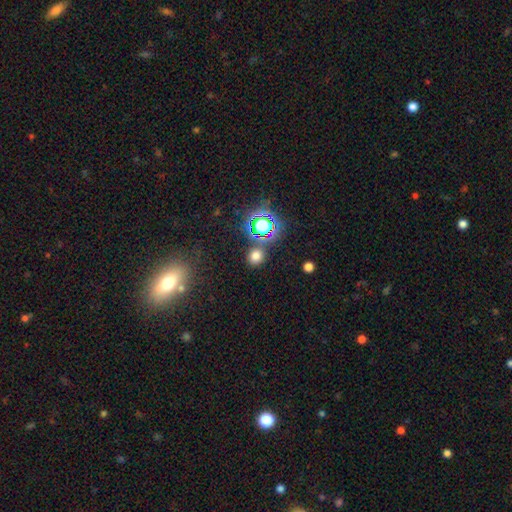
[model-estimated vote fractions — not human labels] The model was most divided on "smooth or featured": smooth: 68%, star or artifact: 26%, featured or disk: 6%. More confident: how rounded — round (82%); merging — none (82%).